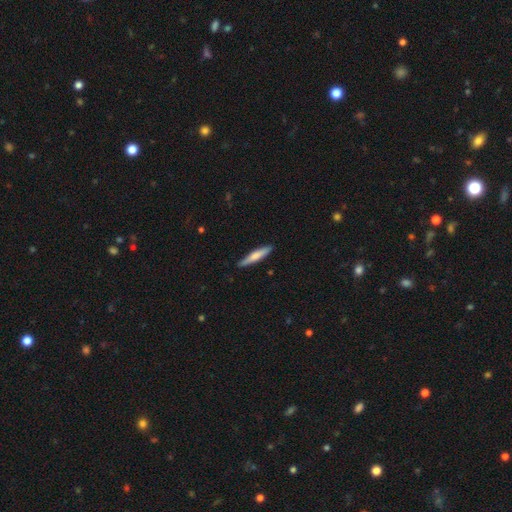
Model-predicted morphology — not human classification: smooth 63%, featured or disk 31%, star or artifact 5%. Down the decision tree: how rounded — cigar-shaped (90%); merging — none (88%).